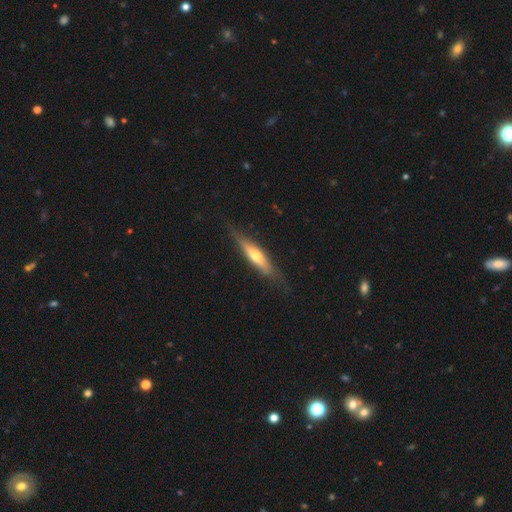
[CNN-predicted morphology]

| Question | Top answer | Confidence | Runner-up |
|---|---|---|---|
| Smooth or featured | featured or disk | 52% | smooth (42%) |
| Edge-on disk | yes | 86% | no (14%) |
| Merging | none | 77% | minor disturbance (17%) |